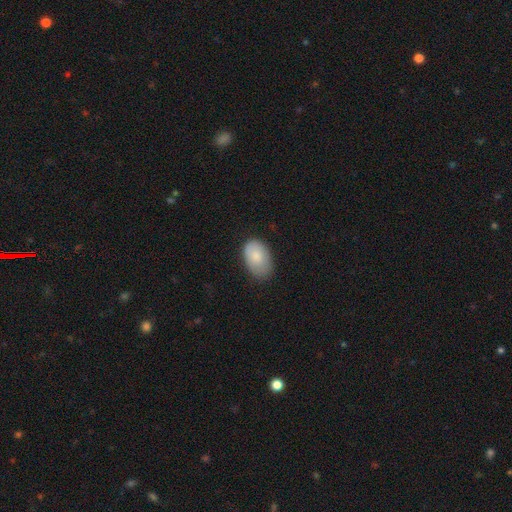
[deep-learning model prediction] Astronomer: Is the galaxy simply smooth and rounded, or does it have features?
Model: smooth — 83%.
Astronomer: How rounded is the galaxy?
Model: in between — 91%.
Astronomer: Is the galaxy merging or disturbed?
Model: none — 64%.